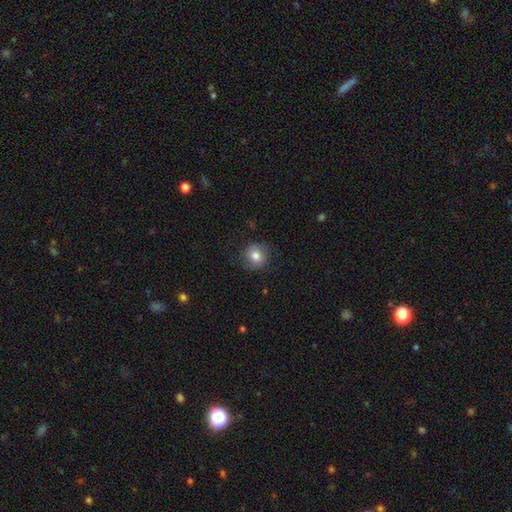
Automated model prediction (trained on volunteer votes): The model was most divided on "smooth or featured": smooth: 77%, featured or disk: 14%, star or artifact: 9%. More confident: how rounded — round (82%); merging — none (79%).